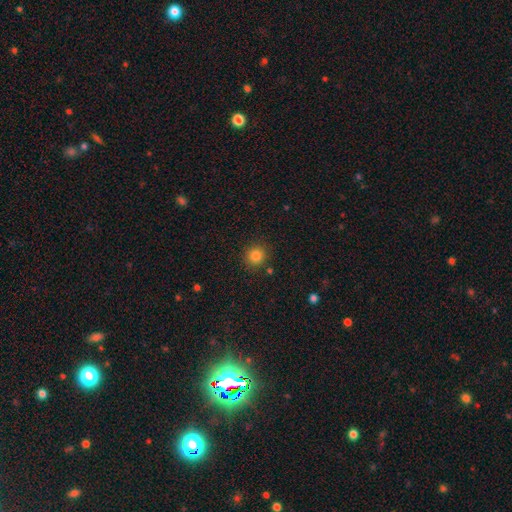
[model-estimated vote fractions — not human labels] This is clearly a smooth galaxy (83%). How rounded: clearly round (91%). Merging: clearly none (88%).